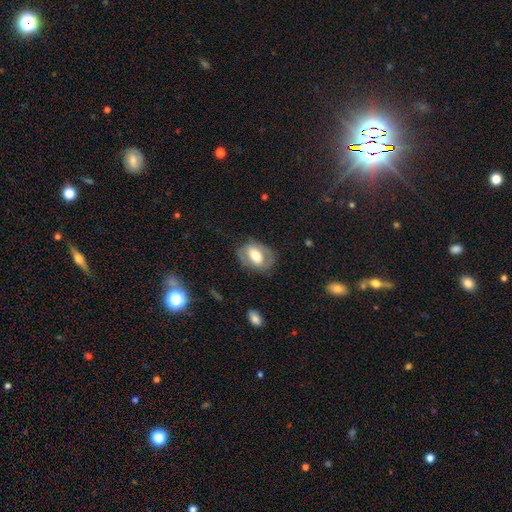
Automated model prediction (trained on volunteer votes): Morphology: type=featured or disk (47%); merging=none (70%).